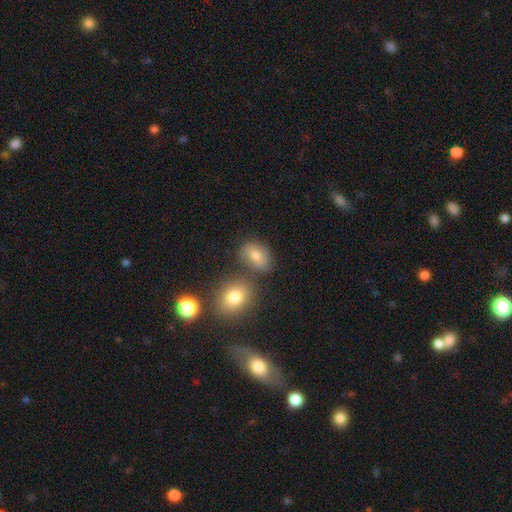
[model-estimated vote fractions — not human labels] smooth_or_featured: smooth (p=0.72) [alt: featured or disk p=0.16]
how_rounded: in between (p=0.69) [alt: round p=0.30]
merging: none (p=0.65) [alt: merger p=0.15]